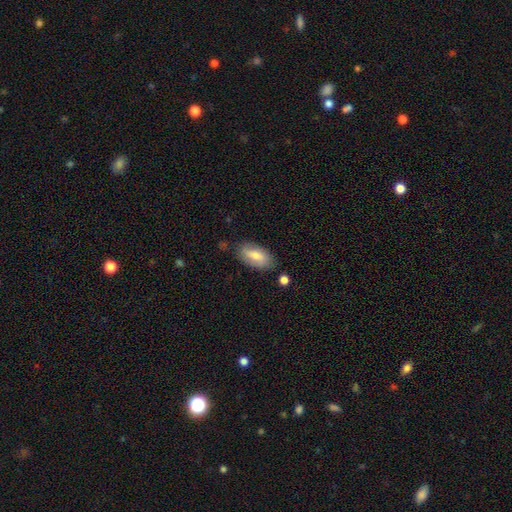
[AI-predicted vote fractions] Smooth or featured? Predicted: smooth (p=0.68). How rounded? Predicted: in between (p=0.91). Merging? Predicted: none (p=0.78).